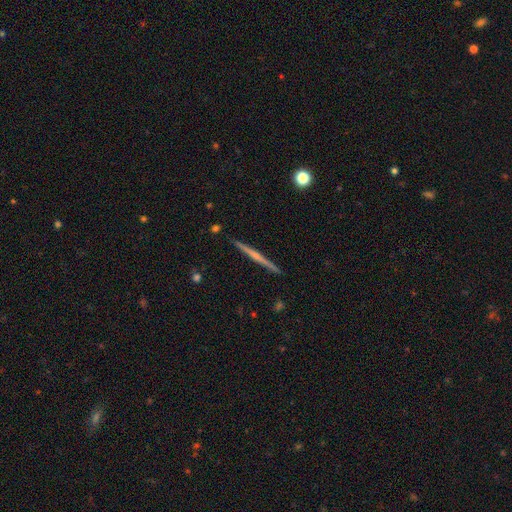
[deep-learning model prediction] A featured or disk galaxy (67%) viewed edge-on (98%) with no central bulge (54%).

Vote fractions:
- Smooth or featured? featured or disk: 67% / smooth: 27% / star or artifact: 6%
- Edge-on disk? yes: 98% / no: 2%
- Edge-on bulge? none: 54% / rounded: 37% / boxy: 8%
- Merging? none: 92% / minor disturbance: 5% / merger: 1% / major disturbance: 1%